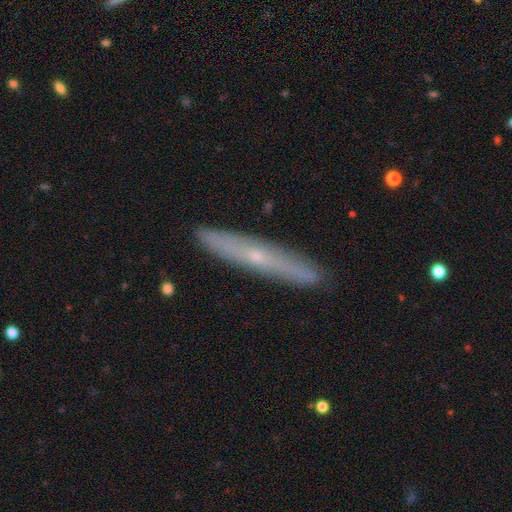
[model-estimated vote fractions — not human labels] A featured or disk galaxy (58%) viewed edge-on (84%). Merging: none (89%).